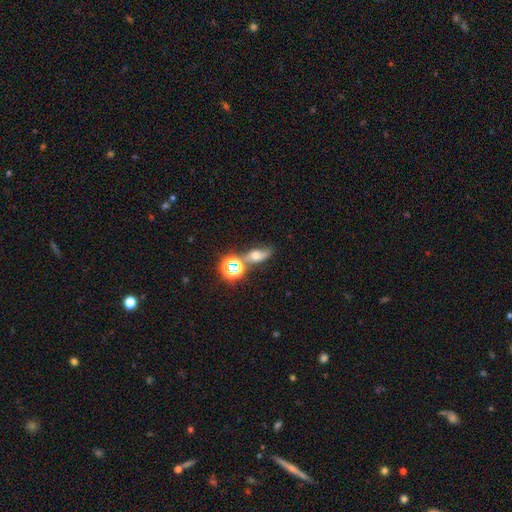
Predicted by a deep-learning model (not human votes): The model was most divided on "smooth or featured": smooth: 43%, featured or disk: 30%, star or artifact: 26%. More confident: merging — none (55%).